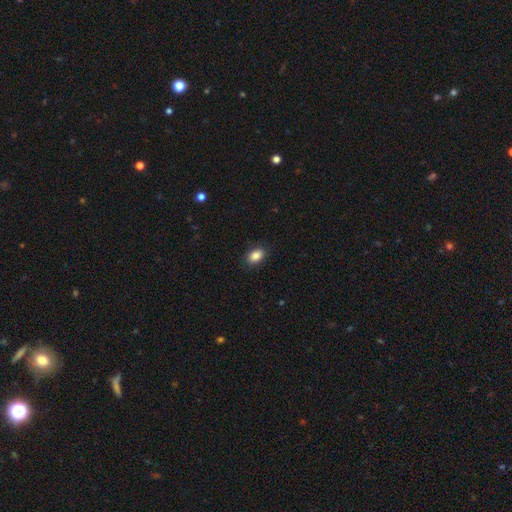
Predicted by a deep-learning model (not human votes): Smooth or featured? smooth (87%)
How rounded? in between (85%)
Merging? none (88%)